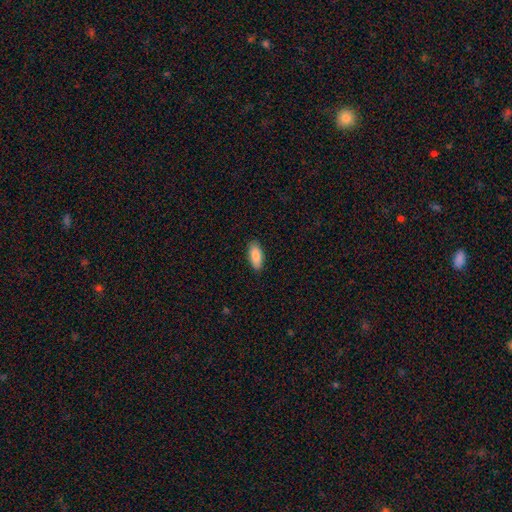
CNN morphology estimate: smooth 88%, star or artifact 6%, featured or disk 6%. Down the decision tree: how rounded — in between (86%); merging — none (88%).